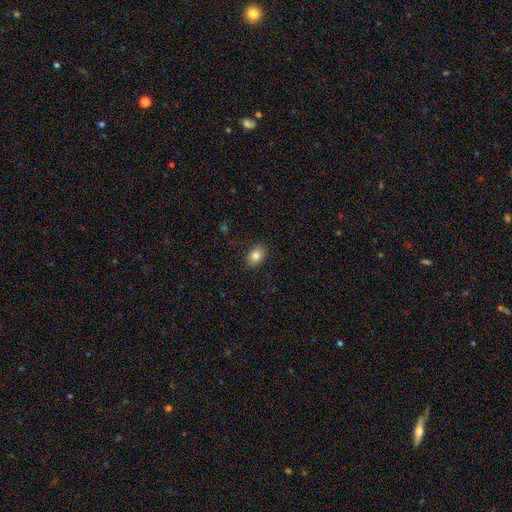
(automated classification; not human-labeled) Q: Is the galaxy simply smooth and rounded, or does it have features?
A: smooth — 82%.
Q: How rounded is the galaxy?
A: in between — 80%.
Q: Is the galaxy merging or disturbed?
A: none — 85%.